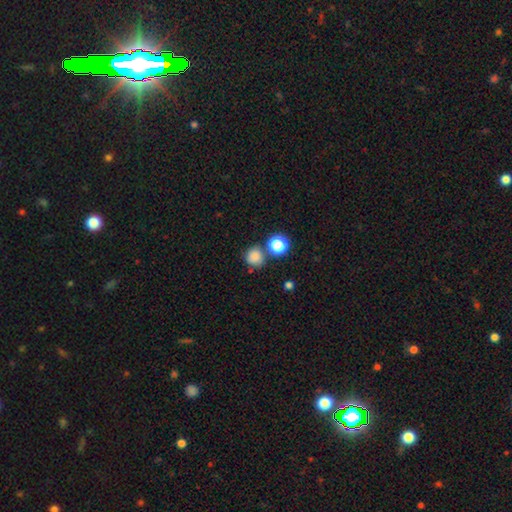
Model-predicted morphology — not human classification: Smooth or featured: smooth — 82% (star or artifact — 13%)
How rounded: round — 91% (in between — 8%)
Merging: none — 72% (merger — 15%)